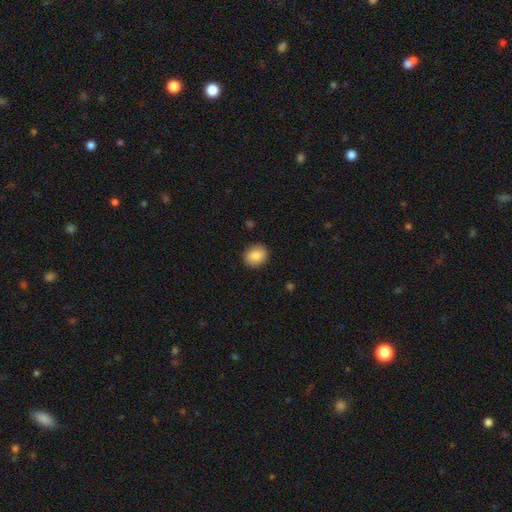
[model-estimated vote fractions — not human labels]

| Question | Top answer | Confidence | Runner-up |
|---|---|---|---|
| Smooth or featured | smooth | 85% | star or artifact (7%) |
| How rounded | round | 66% | in between (33%) |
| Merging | none | 89% | minor disturbance (8%) |